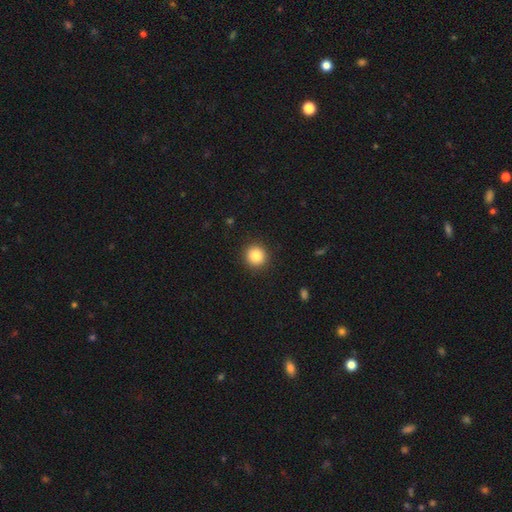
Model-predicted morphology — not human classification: Smooth or featured? smooth (85%)
How rounded? round (93%)
Merging? none (91%)